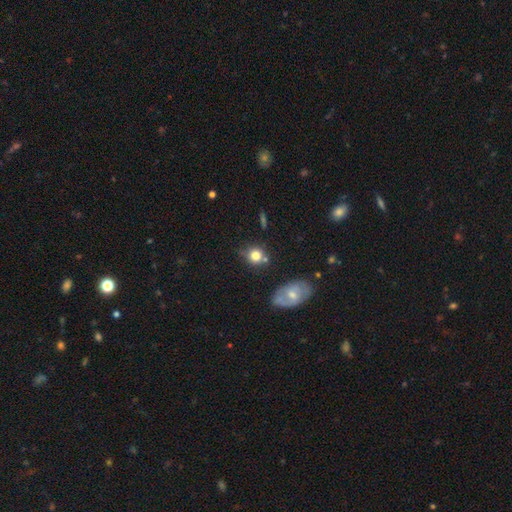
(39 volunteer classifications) Volunteers were most divided on "merging": none: 51%, minor disturbance: 26%, merger: 17%, major disturbance: 6%. More confident: how rounded — round (76%); smooth or featured — smooth (74%).